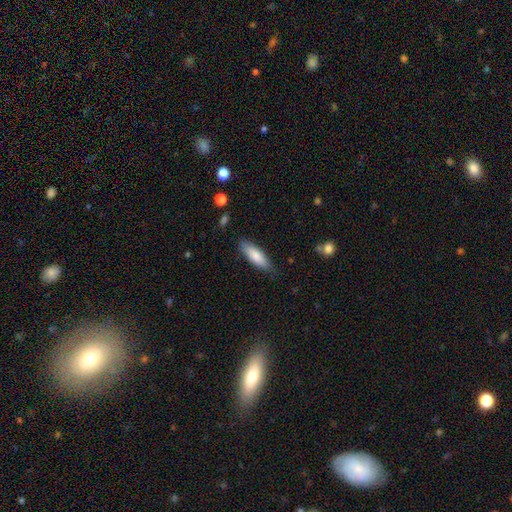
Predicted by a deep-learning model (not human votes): The model was most divided on "how rounded": in between: 50%, cigar-shaped: 49%, round: 1%. More confident: smooth or featured — smooth (82%); merging — none (80%).